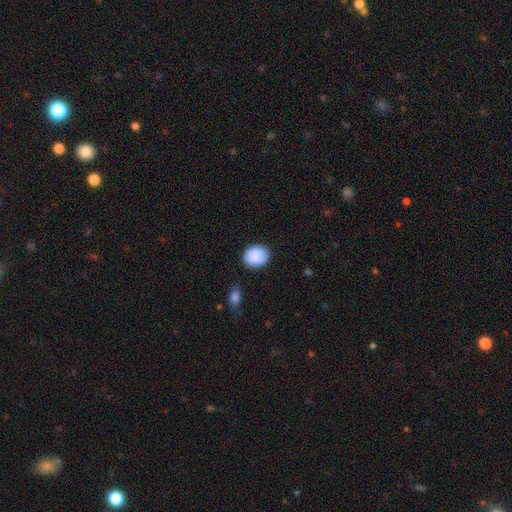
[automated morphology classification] The model was most divided on "how rounded": in between: 51%, round: 48%, cigar-shaped: 1%. More confident: smooth or featured — smooth (80%); merging — none (77%).